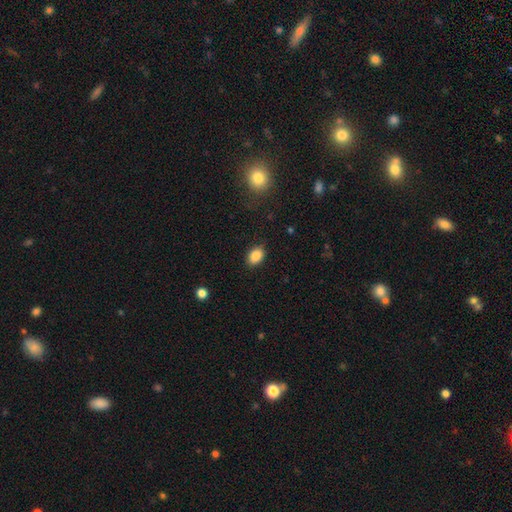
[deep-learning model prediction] Overall: smooth (87%). How rounded: in between (80%). Merging: none (87%).